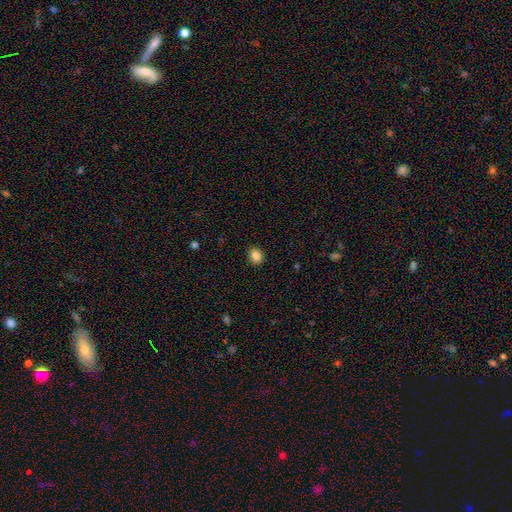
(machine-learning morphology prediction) Overall: smooth (86%). How rounded: round (62%; in between 37%). Merging: none (89%).